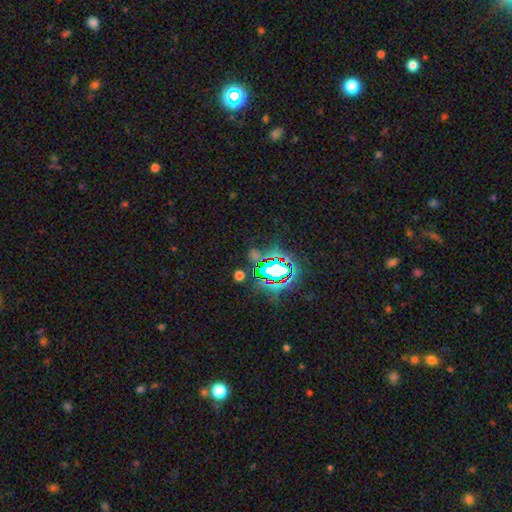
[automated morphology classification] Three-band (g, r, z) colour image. It shows a star or artifact, not a galaxy (71%).